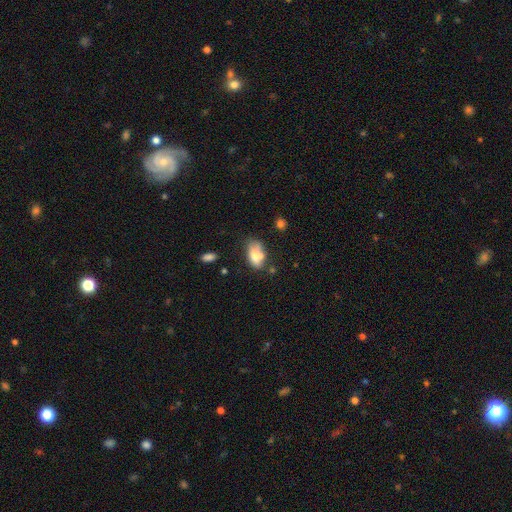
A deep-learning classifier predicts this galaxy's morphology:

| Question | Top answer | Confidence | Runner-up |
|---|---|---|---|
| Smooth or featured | smooth | 73% | featured or disk (18%) |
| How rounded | in between | 89% | round (9%) |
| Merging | none | 43% | minor disturbance (28%) |